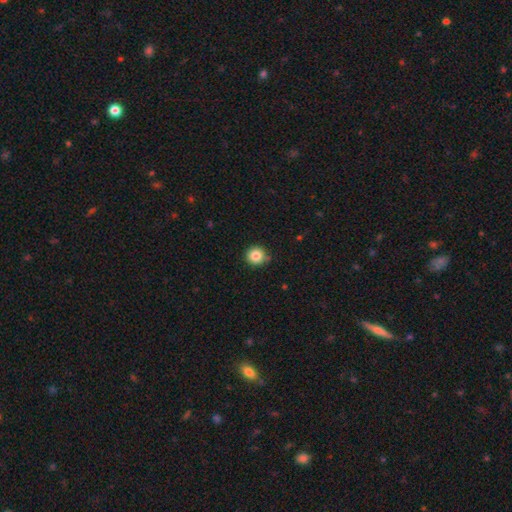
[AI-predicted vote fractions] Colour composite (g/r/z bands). It shows a smooth galaxy with no disk features (84%) that is round (95%). Merging: none (82%).